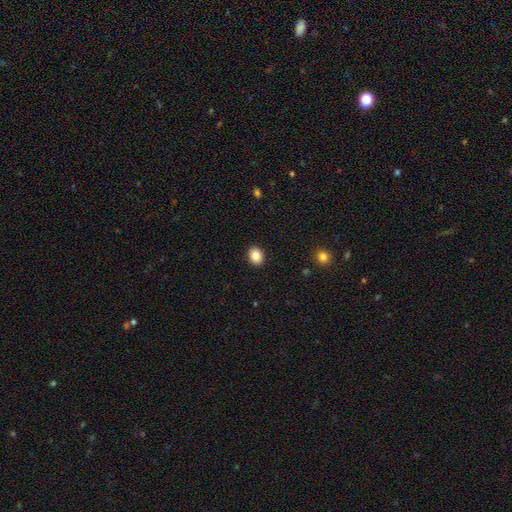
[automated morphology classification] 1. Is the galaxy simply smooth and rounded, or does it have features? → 85% smooth, 9% star or artifact, 6% featured or disk.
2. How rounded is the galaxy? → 58% round, 42% in between, 1% cigar-shaped.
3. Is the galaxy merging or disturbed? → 92% none, 6% minor disturbance, 2% major disturbance, 1% merger.